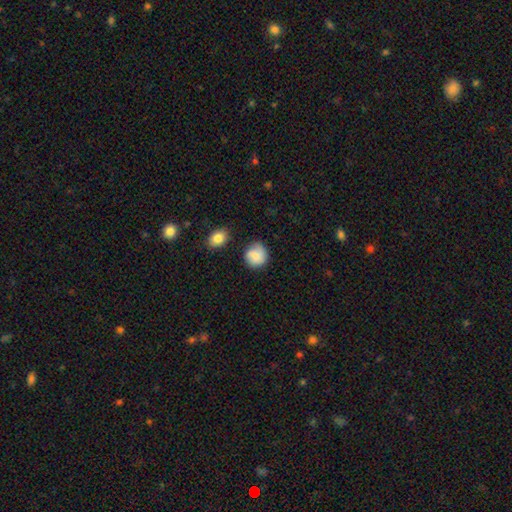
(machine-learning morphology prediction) A smooth galaxy with no disk features (79%) that is round (86%).

Vote fractions:
- Smooth or featured? smooth: 79% / featured or disk: 14% / star or artifact: 8%
- How rounded? round: 86% / in between: 13% / cigar-shaped: 1%
- Merging? none: 72% / minor disturbance: 20% / major disturbance: 5% / merger: 3%